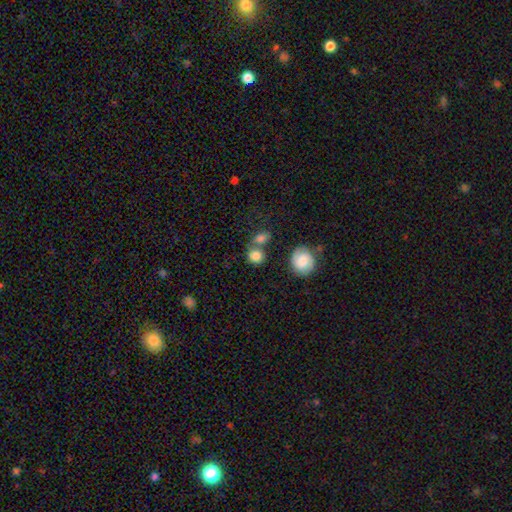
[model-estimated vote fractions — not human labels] Q: Smooth or featured?
A: smooth (82%); runner-up: featured or disk (9%)
Q: How rounded?
A: round (80%); runner-up: in between (19%)
Q: Merging?
A: none (50%); runner-up: merger (35%)